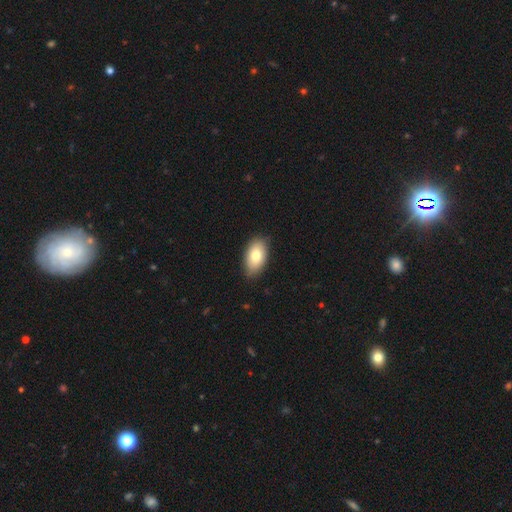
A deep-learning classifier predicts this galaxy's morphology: Overall: smooth (78%). How rounded: in between (93%). Merging: none (83%).